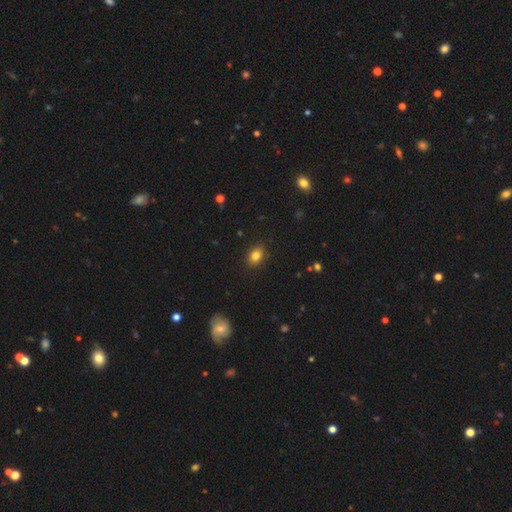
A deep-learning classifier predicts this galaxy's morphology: Overall: smooth (83%). How rounded: in between (70%). Merging: none (88%).